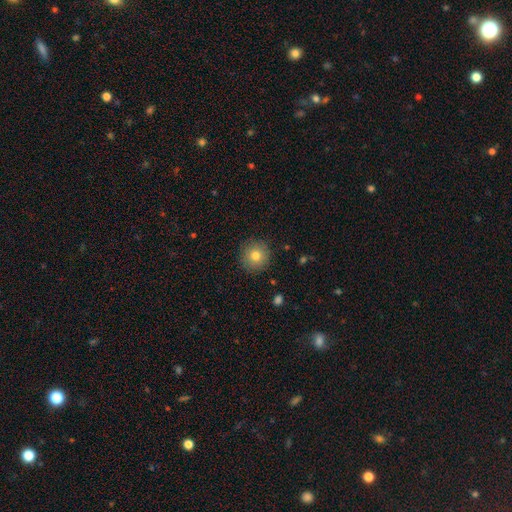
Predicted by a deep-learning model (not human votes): Overall: smooth (79%). How rounded: round (94%). Merging: none (90%).